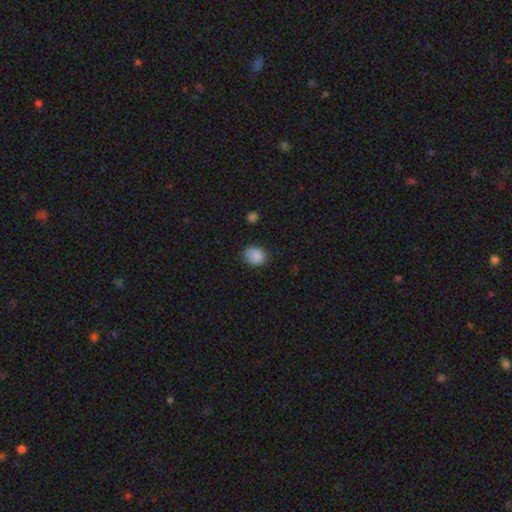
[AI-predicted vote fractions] Smooth or featured: smooth — 86% (star or artifact — 9%)
How rounded: round — 54% (in between — 45%)
Merging: none — 74% (minor disturbance — 20%)